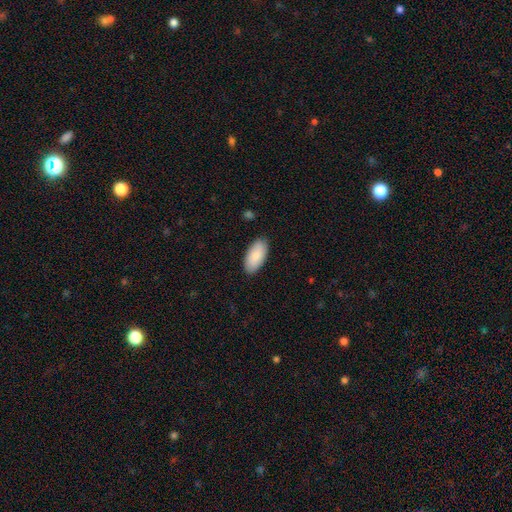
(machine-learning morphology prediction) A smooth galaxy with no disk features (84%) that is in between round and cigar-shaped (94%).

Vote fractions:
- Smooth or featured? smooth: 84% / featured or disk: 10% / star or artifact: 6%
- How rounded? in between: 94% / cigar-shaped: 4% / round: 2%
- Merging? none: 87% / minor disturbance: 10% / major disturbance: 2% / merger: 1%